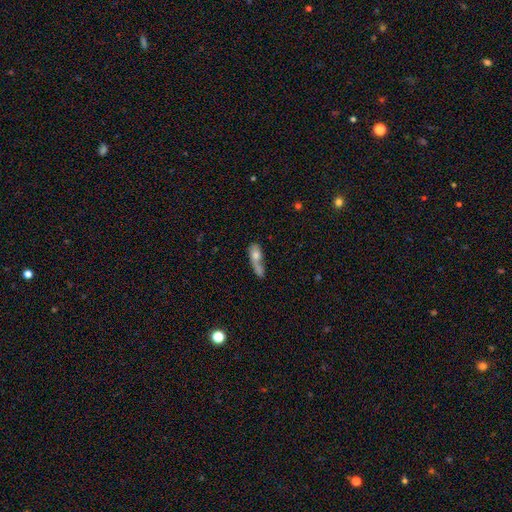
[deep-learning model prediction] smooth_or_featured: smooth (p=0.59) [alt: featured or disk p=0.31]
how_rounded: in between (p=0.53) [alt: cigar-shaped p=0.37]
merging: merger (p=0.33) [alt: none p=0.26]